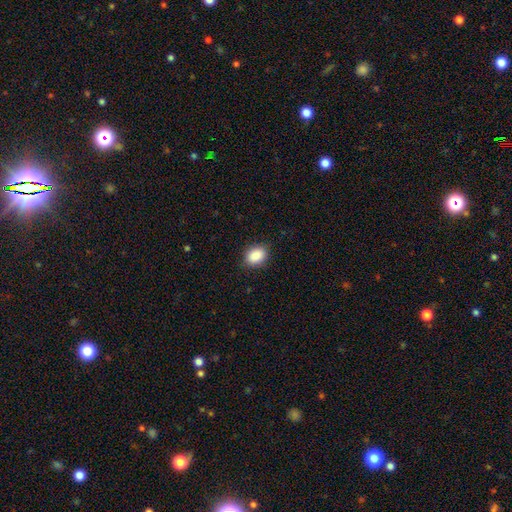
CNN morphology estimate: This appears to be a smooth galaxy with no disk features (89%) that is in between round and cigar-shaped (75%). Merging: none (86%).